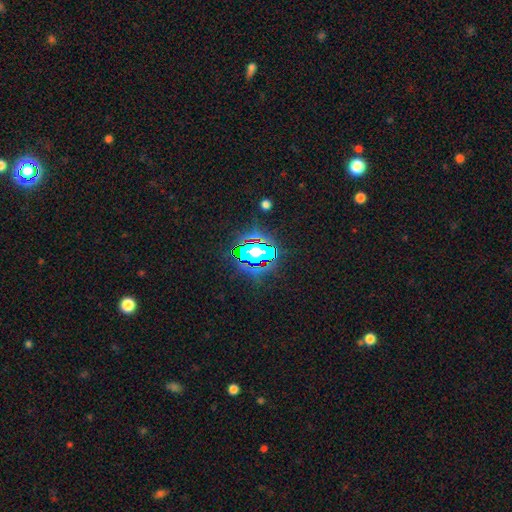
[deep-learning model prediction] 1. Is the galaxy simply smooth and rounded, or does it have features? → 70% star or artifact, 17% smooth, 12% featured or disk.